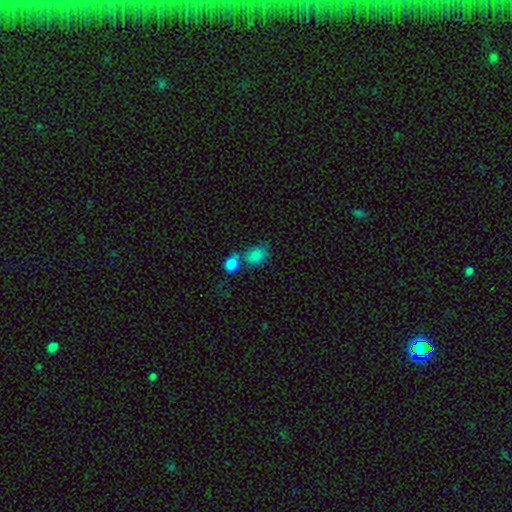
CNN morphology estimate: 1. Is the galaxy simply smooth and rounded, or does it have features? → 84% smooth, 10% star or artifact, 6% featured or disk.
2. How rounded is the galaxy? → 70% in between, 29% round, 1% cigar-shaped.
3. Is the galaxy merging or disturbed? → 42% none, 37% merger, 14% minor disturbance, 7% major disturbance.